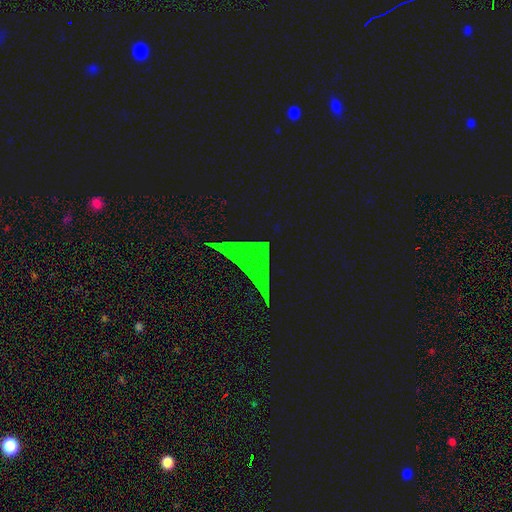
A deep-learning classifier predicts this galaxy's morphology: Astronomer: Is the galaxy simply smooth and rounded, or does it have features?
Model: star or artifact — 78%.